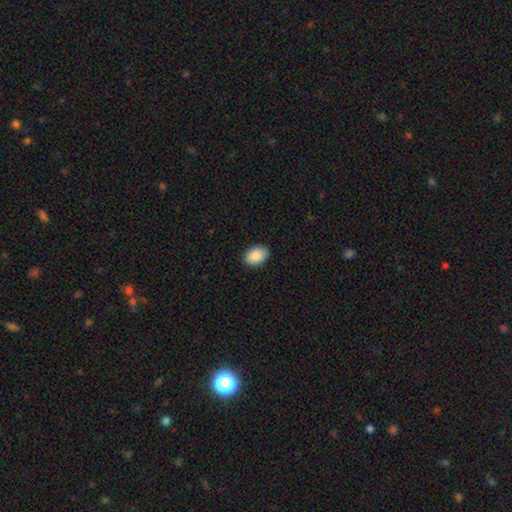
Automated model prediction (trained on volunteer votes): The model was most divided on "how rounded": in between: 87%, round: 12%, cigar-shaped: 1%. More confident: merging — none (90%); smooth or featured — smooth (89%).